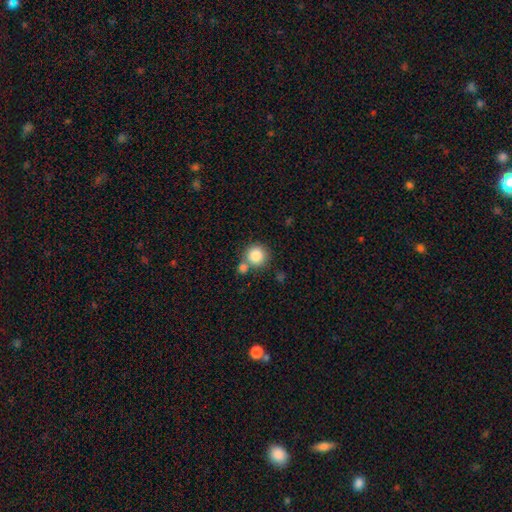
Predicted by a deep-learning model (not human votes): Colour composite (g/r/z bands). It shows a smooth galaxy with no disk features (85%) that is round (93%). Merging: none (66%).